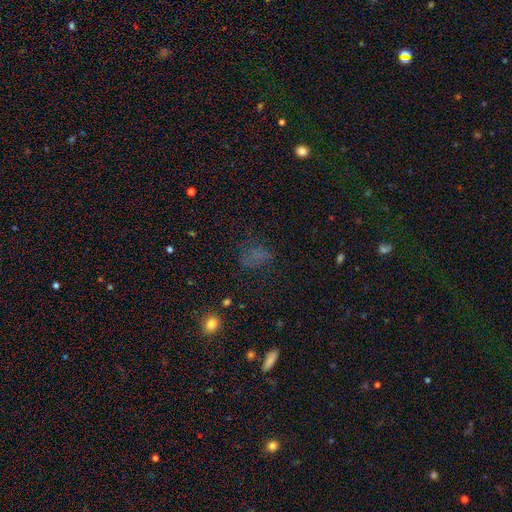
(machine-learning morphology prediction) The model was most divided on "smooth or featured": smooth: 55%, star or artifact: 30%, featured or disk: 15%. More confident: how rounded — in between (65%); merging — none (57%).